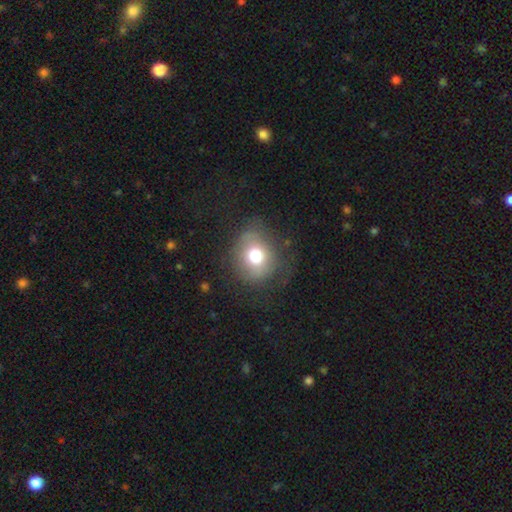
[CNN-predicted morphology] Smooth or featured: smooth — 70% (featured or disk — 18%)
How rounded: round — 75% (in between — 24%)
Merging: none — 71% (minor disturbance — 17%)